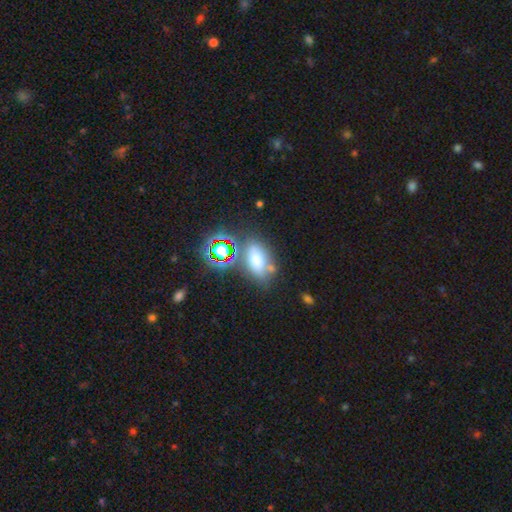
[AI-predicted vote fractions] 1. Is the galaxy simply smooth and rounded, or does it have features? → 48% smooth, 37% star or artifact, 15% featured or disk.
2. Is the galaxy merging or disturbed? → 61% none, 16% minor disturbance, 15% merger, 7% major disturbance.